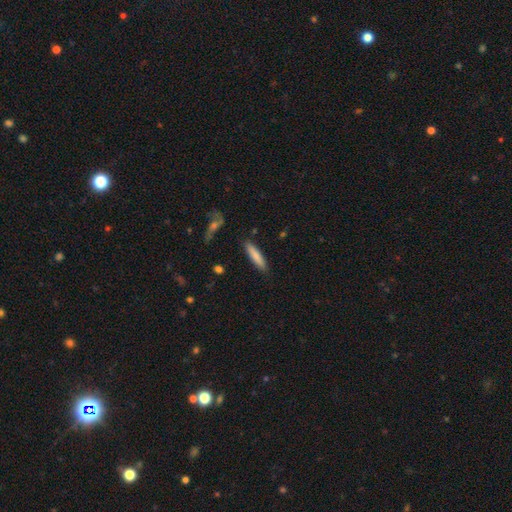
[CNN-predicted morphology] type=smooth (80%); roundness=cigar-shaped (82%); merging=none (87%).